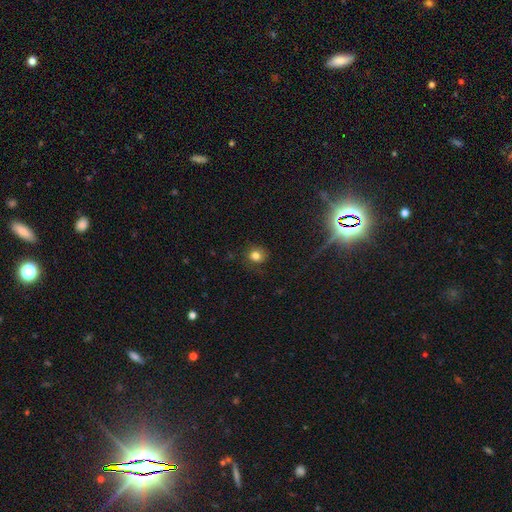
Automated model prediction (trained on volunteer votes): A smooth galaxy with no disk features (79%) that is round (75%). Merging: none (75%).